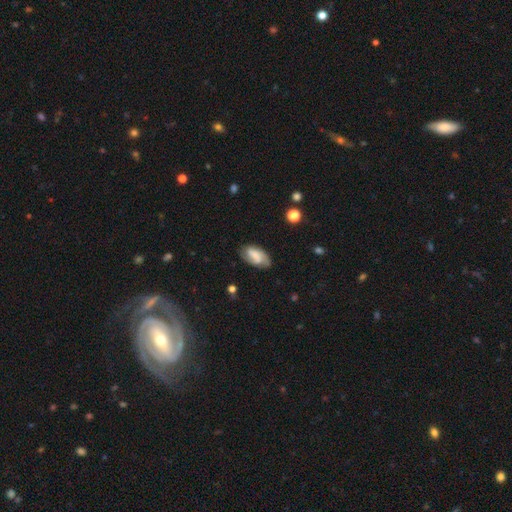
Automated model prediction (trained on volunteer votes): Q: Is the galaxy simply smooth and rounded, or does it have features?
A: smooth — 49%.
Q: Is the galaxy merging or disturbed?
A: none — 62%.